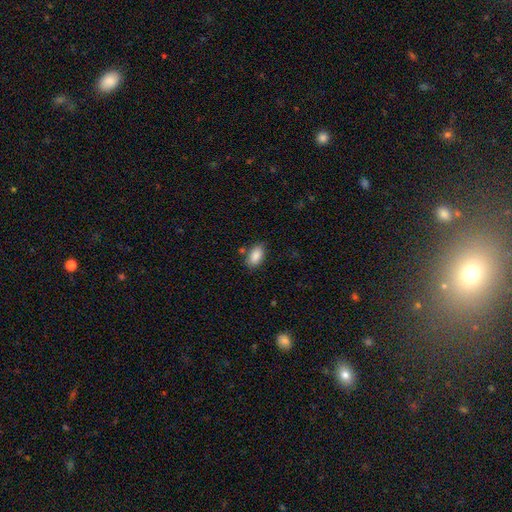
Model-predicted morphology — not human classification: type=smooth (88%); roundness=in between (93%); merging=none (78%).